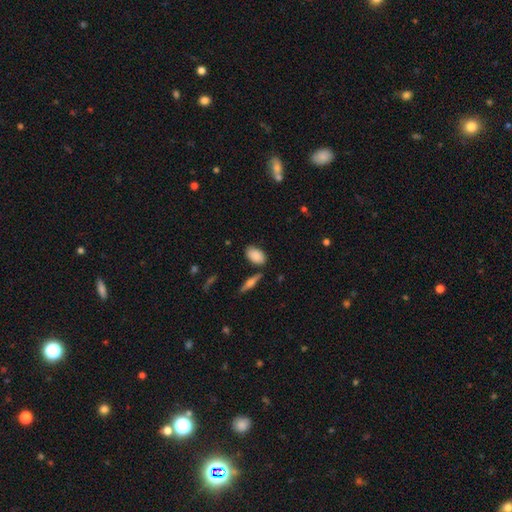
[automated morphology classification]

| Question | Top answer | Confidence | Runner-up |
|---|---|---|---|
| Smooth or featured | smooth | 87% | star or artifact (7%) |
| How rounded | in between | 91% | round (6%) |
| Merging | none | 78% | minor disturbance (13%) |